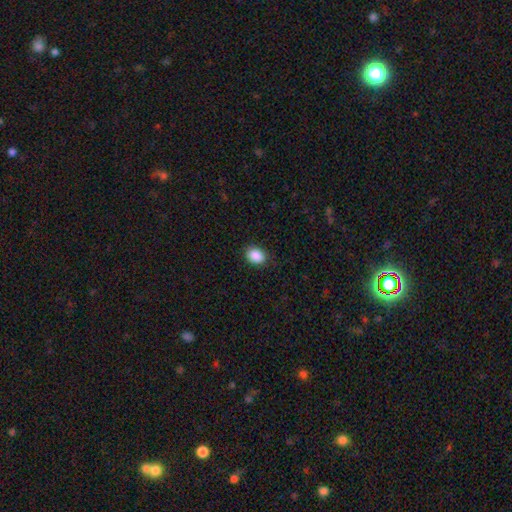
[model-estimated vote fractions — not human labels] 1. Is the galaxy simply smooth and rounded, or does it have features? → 89% smooth, 8% star or artifact, 3% featured or disk.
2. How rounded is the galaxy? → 70% in between, 29% round, 1% cigar-shaped.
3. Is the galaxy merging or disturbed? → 86% none, 10% minor disturbance, 3% major disturbance, 1% merger.